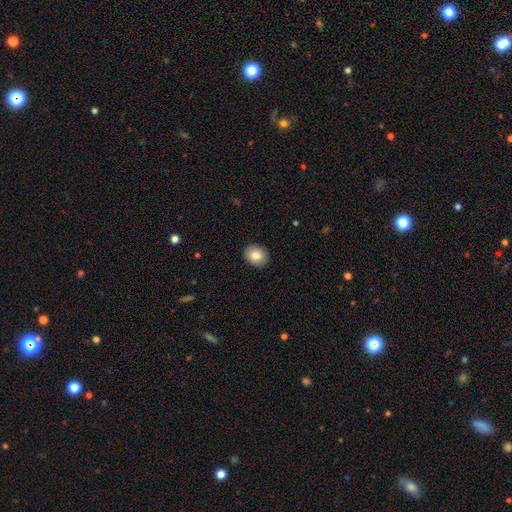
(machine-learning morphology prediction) This is clearly a smooth galaxy (83%). How rounded: possibly round (52%). Merging: clearly none (91%).